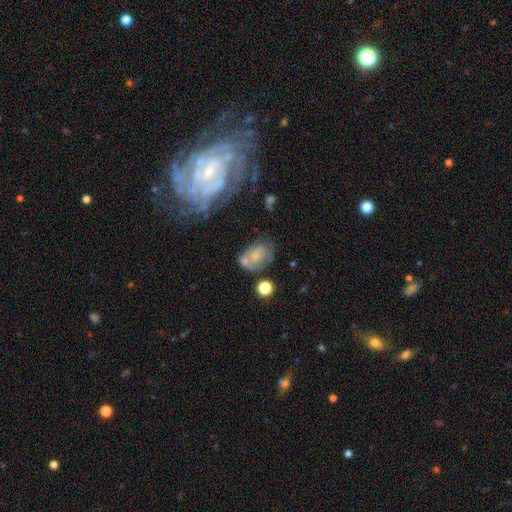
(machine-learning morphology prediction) type=smooth (48%); merging=none (44%).